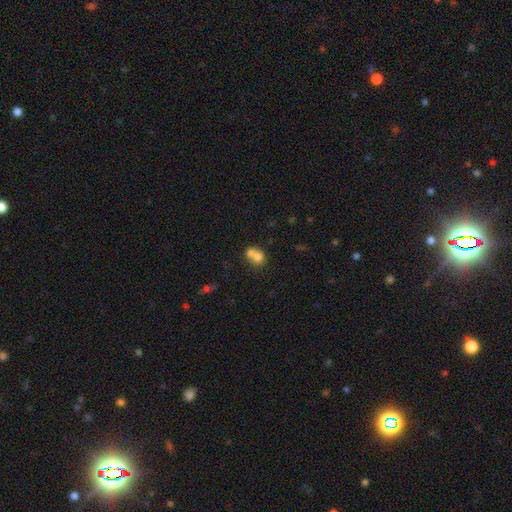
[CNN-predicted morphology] This appears to be a smooth galaxy with no disk features (71%) that is round (72%). Merging: merger (63%).